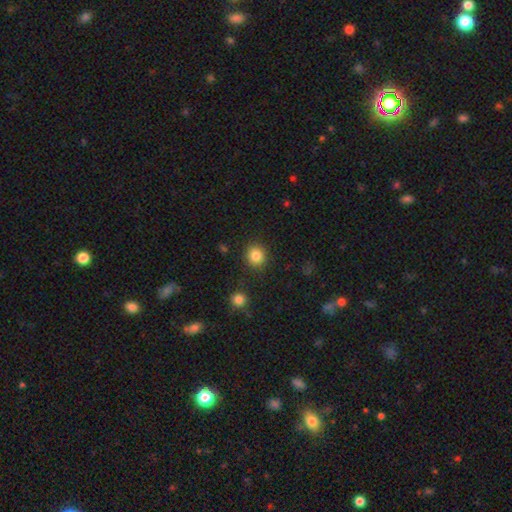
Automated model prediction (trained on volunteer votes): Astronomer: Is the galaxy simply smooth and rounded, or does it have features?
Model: smooth — 85%.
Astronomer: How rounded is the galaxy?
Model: round — 89%.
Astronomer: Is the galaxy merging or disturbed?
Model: none — 88%.